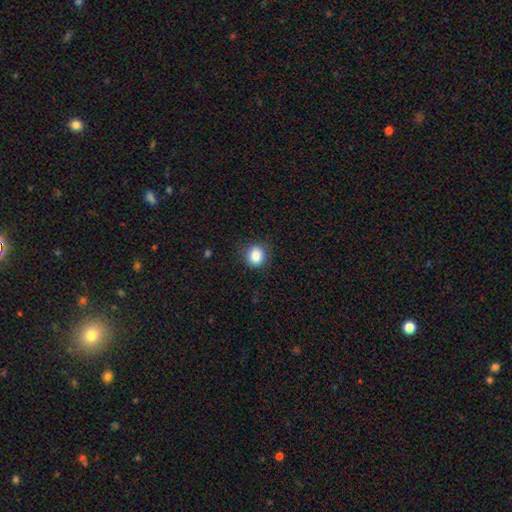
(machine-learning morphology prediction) Q: Smooth or featured?
A: smooth (85%); runner-up: star or artifact (10%)
Q: How rounded?
A: round (79%); runner-up: in between (20%)
Q: Merging?
A: none (86%); runner-up: minor disturbance (10%)